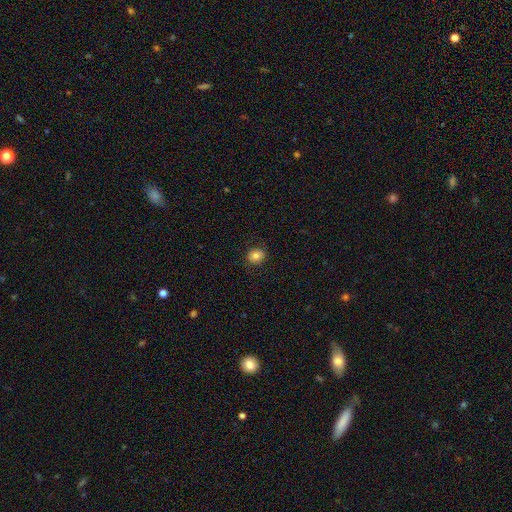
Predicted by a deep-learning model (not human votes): Smooth or featured: smooth — 82% (star or artifact — 10%)
How rounded: round — 70% (in between — 29%)
Merging: none — 86% (minor disturbance — 10%)